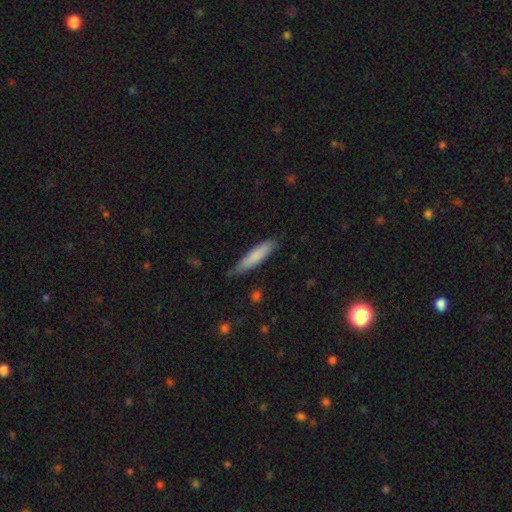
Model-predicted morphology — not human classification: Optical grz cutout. It shows a smooth galaxy with no disk features (80%) that is cigar-shaped (81%). Merging: none (74%).